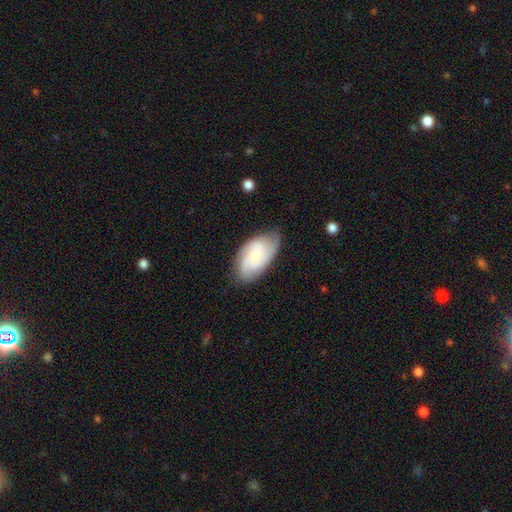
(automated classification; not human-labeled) featured or disk 58%, smooth 34%, star or artifact 7%. Down the decision tree: edge-on disk — no (96%); bar — no (68%); spiral arms — yes (94%); spiral arm count — 3 (40%); spiral winding — tight (43%); bulge size — small (54%); merging — none (73%).